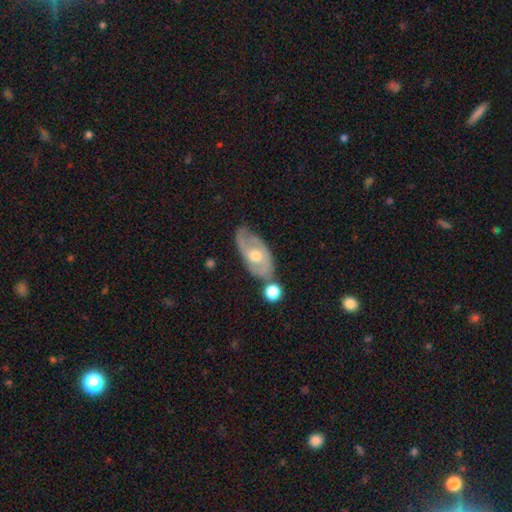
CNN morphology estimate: The model was most divided on "merging": none: 61%, minor disturbance: 21%, merger: 11%, major disturbance: 7%. More confident: edge-on disk — no (88%); spiral arms — yes (74%); bulge size — moderate (71%); bar — no (71%); smooth or featured — featured or disk (69%).